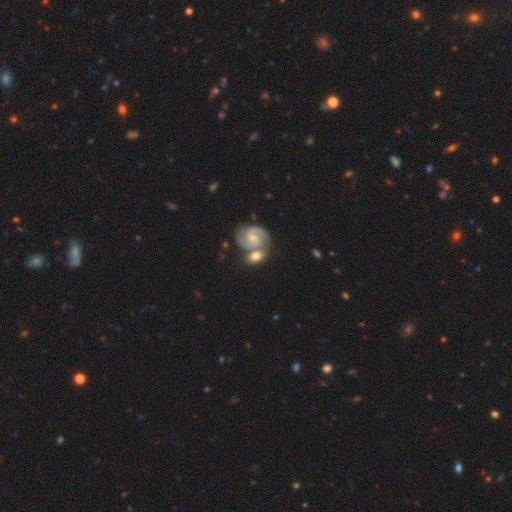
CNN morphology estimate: smooth_or_featured: featured or disk (p=0.71) [alt: smooth p=0.22]
disk_edge_on: no (p=0.96) [alt: yes p=0.04]
bar: weak (p=0.46) [alt: no p=0.41]
has_spiral_arms: yes (p=0.94) [alt: no p=0.06]
spiral_winding: medium (p=0.50) [alt: tight p=0.39]
spiral_arm_count: 2 (p=0.84) [alt: can't tell p=0.06]
bulge_size: small (p=0.49) [alt: moderate p=0.42]
merging: none (p=0.46) [alt: merger p=0.39]